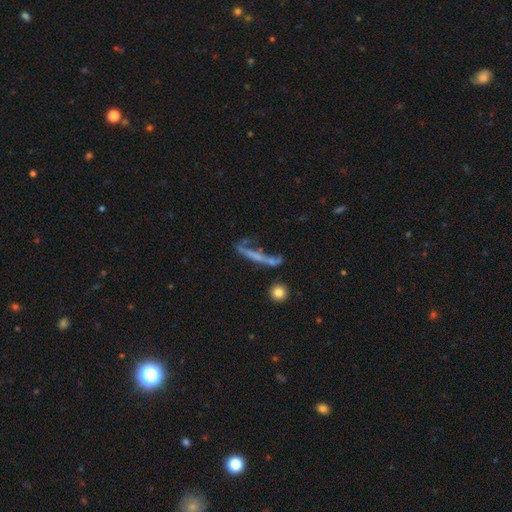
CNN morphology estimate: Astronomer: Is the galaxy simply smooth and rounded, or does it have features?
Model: featured or disk — 48% (runner-up: smooth, 39%).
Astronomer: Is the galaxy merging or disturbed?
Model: none — 39% (runner-up: major disturbance, 25%).